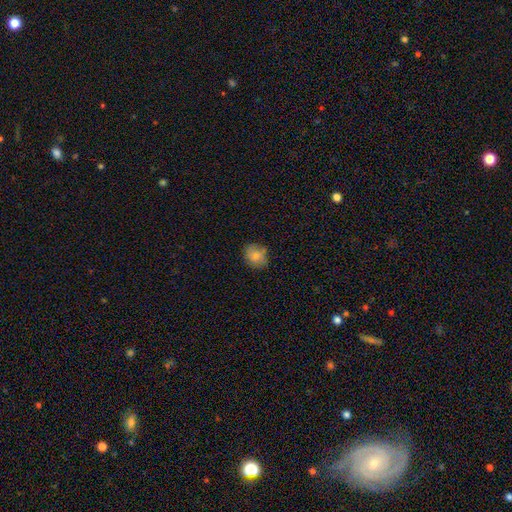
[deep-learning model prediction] This is clearly a smooth galaxy (82%). How rounded: likely round (63%). Merging: likely none (76%).